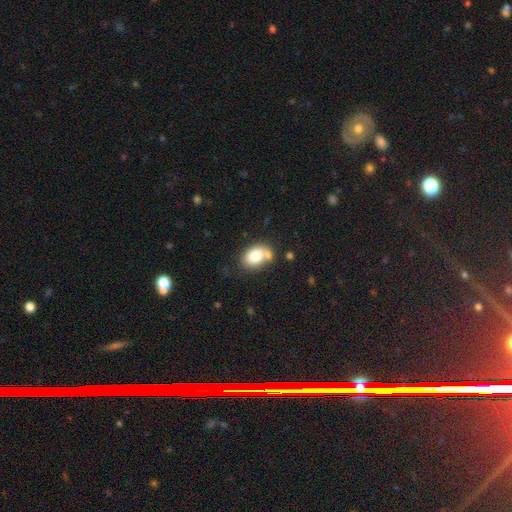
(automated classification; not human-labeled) Smooth or featured? Predicted: smooth (p=0.81). How rounded? Predicted: in between (p=0.83). Merging? Predicted: none (p=0.54).